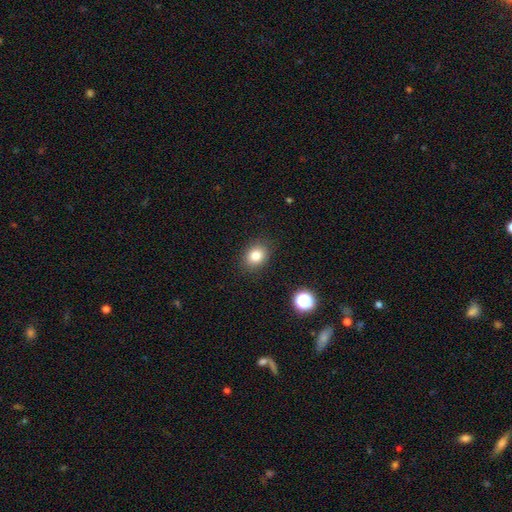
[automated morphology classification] Smooth or featured?
  - smooth: 81% *
  - star or artifact: 12%
  - featured or disk: 7%
How rounded?
  - round: 52% *
  - in between: 47%
  - cigar-shaped: 1%
Merging?
  - none: 88% *
  - minor disturbance: 8%
  - major disturbance: 2%
  - merger: 1%